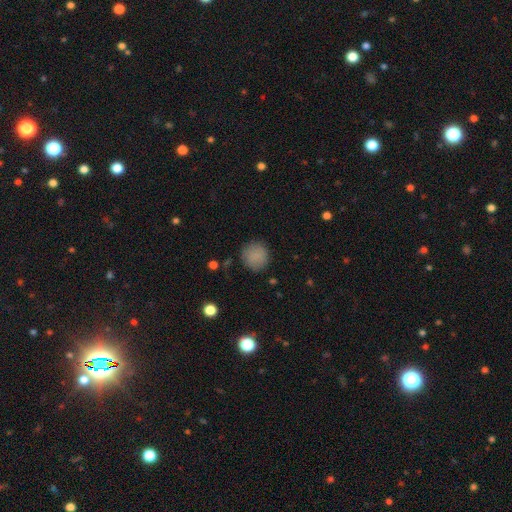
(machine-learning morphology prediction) A smooth galaxy with no disk features (86%) that is round (92%). Merging: none (86%).